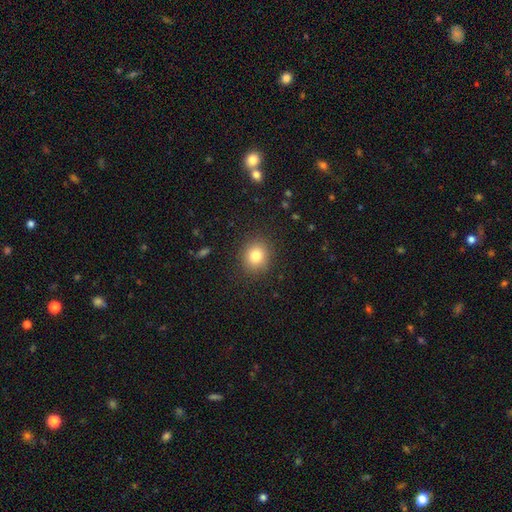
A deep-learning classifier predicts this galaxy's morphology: Overall: smooth (80%). How rounded: round (78%). Merging: none (88%).